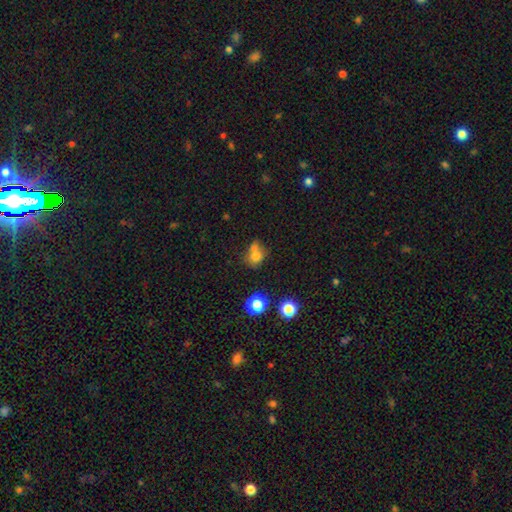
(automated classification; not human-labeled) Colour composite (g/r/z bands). It shows a smooth galaxy with no disk features (72%) that is round (69%). Merging: merger (42%).